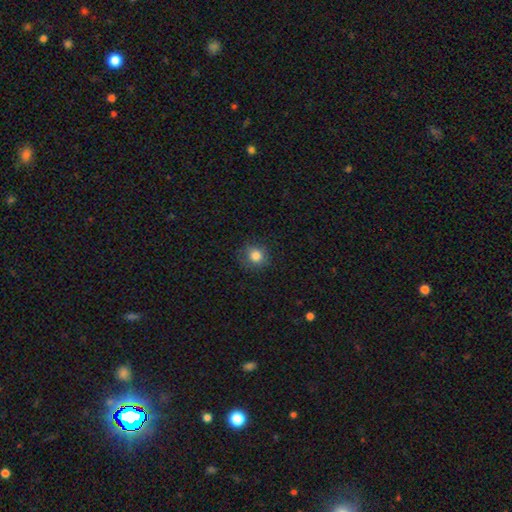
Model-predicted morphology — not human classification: type=smooth (83%); roundness=round (79%); merging=none (79%).